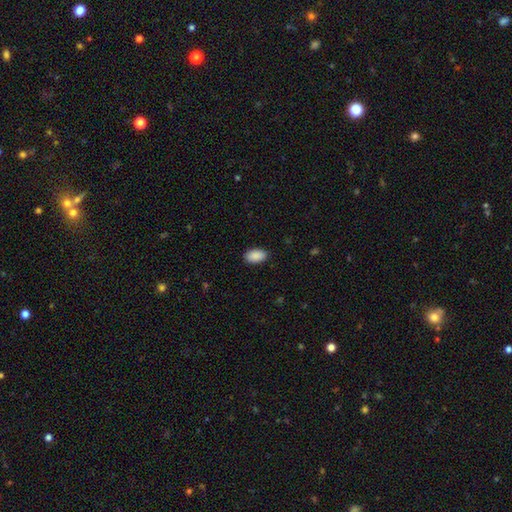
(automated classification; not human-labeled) Overall: smooth (91%). How rounded: in between (94%). Merging: none (89%).